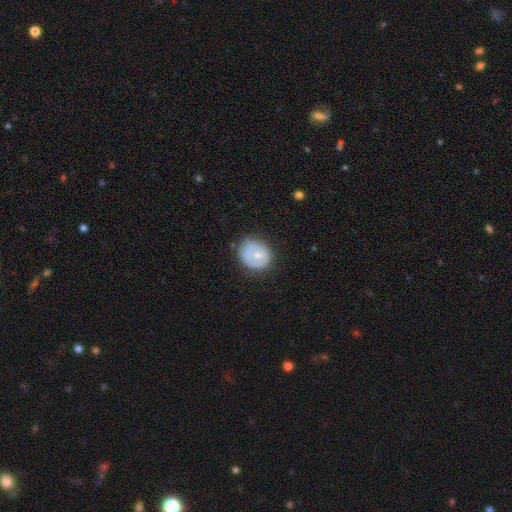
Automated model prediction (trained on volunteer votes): smooth_or_featured: smooth (p=0.54) [alt: featured or disk p=0.39]
how_rounded: round (p=0.73) [alt: in between p=0.26]
merging: none (p=0.69) [alt: minor disturbance p=0.22]